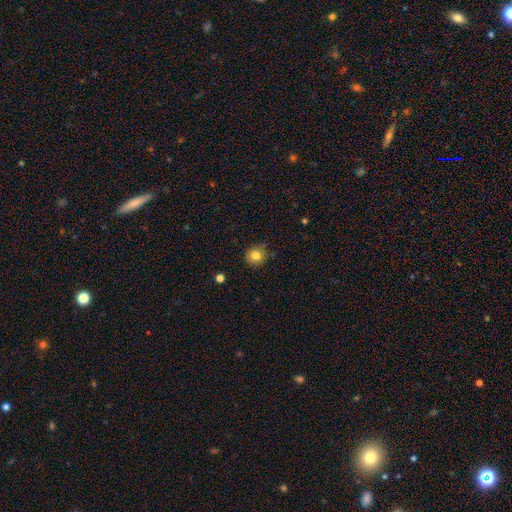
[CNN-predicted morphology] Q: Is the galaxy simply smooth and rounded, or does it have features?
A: smooth — 81%.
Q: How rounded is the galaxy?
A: round — 88%.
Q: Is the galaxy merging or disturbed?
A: none — 77%.